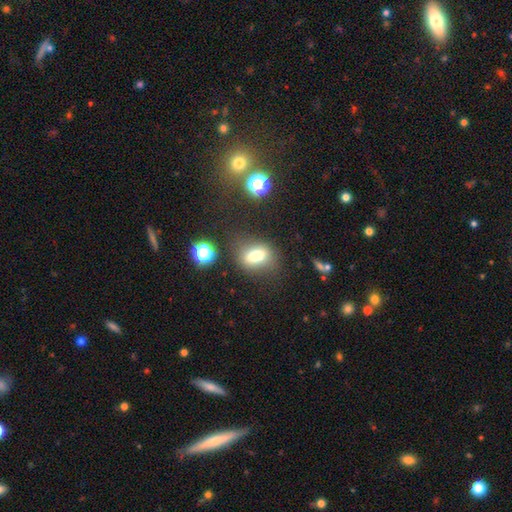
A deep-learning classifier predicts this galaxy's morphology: Smooth or featured?
  - smooth: 69% *
  - featured or disk: 18%
  - star or artifact: 13%
How rounded?
  - in between: 67% *
  - round: 26%
  - cigar-shaped: 7%
Merging?
  - none: 74% *
  - minor disturbance: 14%
  - major disturbance: 6%
  - merger: 5%